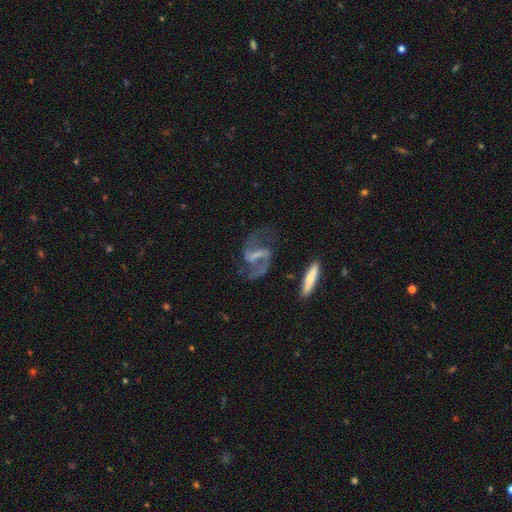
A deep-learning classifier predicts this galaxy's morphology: Smooth or featured?
  - featured or disk: 86% *
  - smooth: 7%
  - star or artifact: 7%
Edge-on disk?
  - no: 96% *
  - yes: 4%
Bar?
  - strong: 53% *
  - weak: 35%
  - no: 13%
Spiral arms?
  - yes: 94% *
  - no: 6%
Spiral winding?
  - loose: 52% *
  - medium: 40%
  - tight: 8%
Spiral arm count?
  - 2: 91% *
  - 1: 3%
  - can't tell: 3%
  - 3: 1%
  - 4: 1%
  - more than 4: 1%
Bulge size?
  - none: 56% *
  - small: 25%
  - moderate: 14%
  - large: 4%
  - dominant: 1%
Merging?
  - none: 65% *
  - major disturbance: 16%
  - minor disturbance: 16%
  - merger: 4%